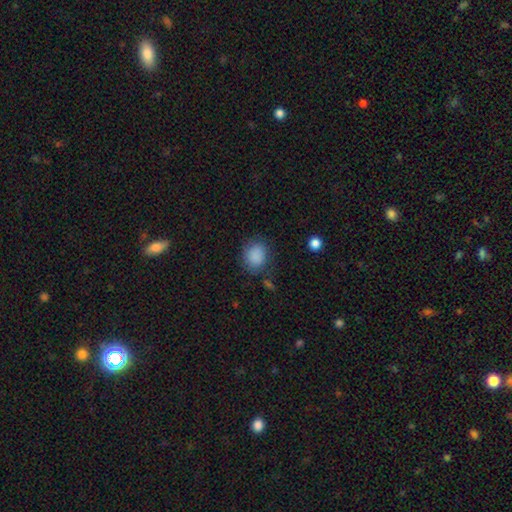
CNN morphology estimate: A smooth galaxy with no disk features (87%) that is round (63%).

Vote fractions:
- Smooth or featured? smooth: 87% / star or artifact: 8% / featured or disk: 5%
- How rounded? round: 63% / in between: 36% / cigar-shaped: 1%
- Merging? none: 76% / minor disturbance: 16% / major disturbance: 6% / merger: 2%